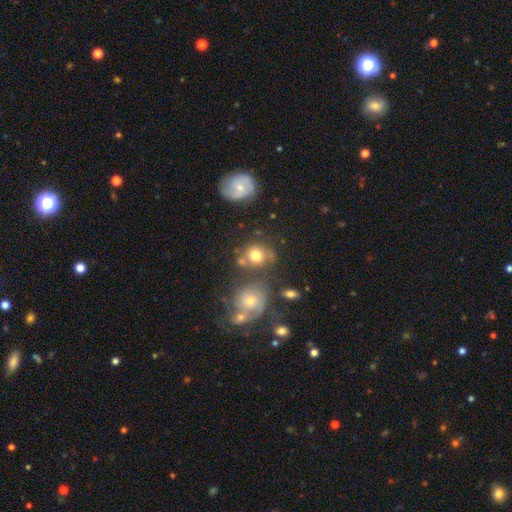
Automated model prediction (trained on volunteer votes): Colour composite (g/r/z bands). It shows a smooth galaxy with no disk features (68%) that is round (68%). Merging: none (51%).